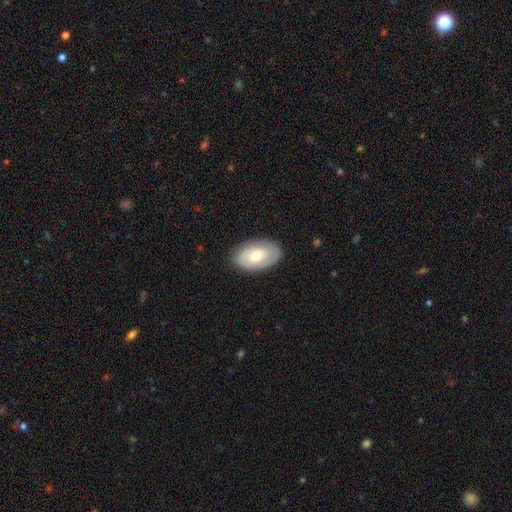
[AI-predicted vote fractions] Smooth or featured: smooth — 58% (featured or disk — 36%)
How rounded: in between — 91% (round — 7%)
Merging: none — 82% (minor disturbance — 13%)